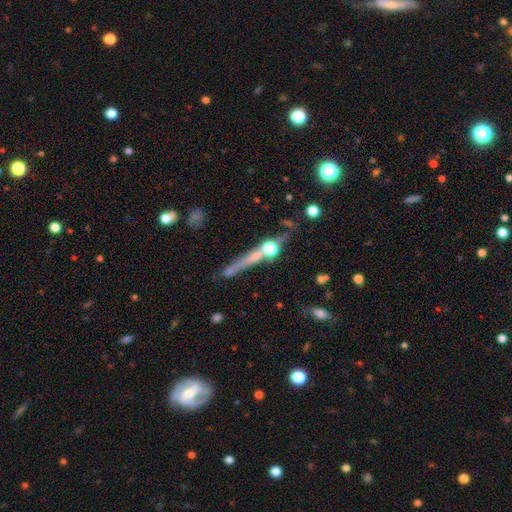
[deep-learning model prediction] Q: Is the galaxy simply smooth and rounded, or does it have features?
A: featured or disk — 47%.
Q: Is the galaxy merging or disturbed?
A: none — 68%.